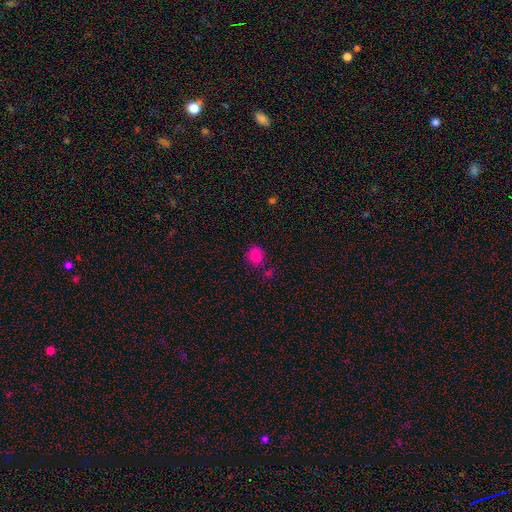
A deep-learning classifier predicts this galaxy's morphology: This appears to be a smooth galaxy with no disk features (81%) that is round (82%). Merging: none (76%).